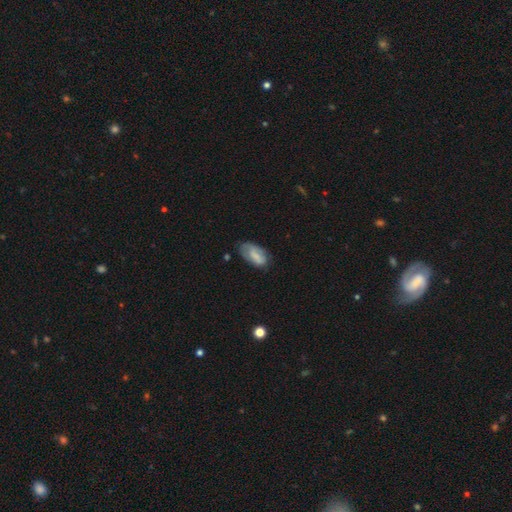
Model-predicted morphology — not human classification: Smooth or featured?
  - smooth: 70% *
  - featured or disk: 23%
  - star or artifact: 7%
How rounded?
  - in between: 92% *
  - cigar-shaped: 5%
  - round: 3%
Merging?
  - none: 53% *
  - minor disturbance: 33%
  - major disturbance: 12%
  - merger: 2%